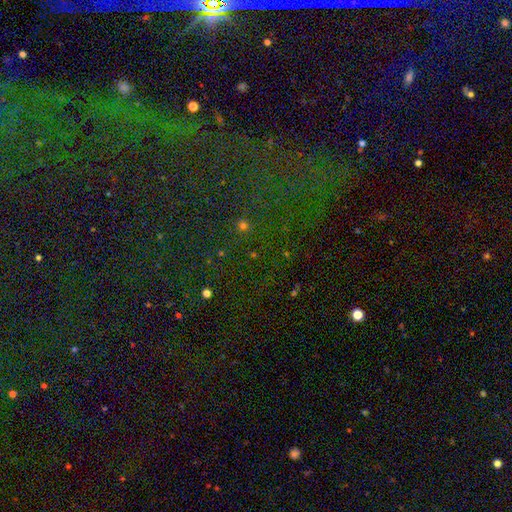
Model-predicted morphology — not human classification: smooth_or_featured: star or artifact (p=0.75) [alt: smooth p=0.14]